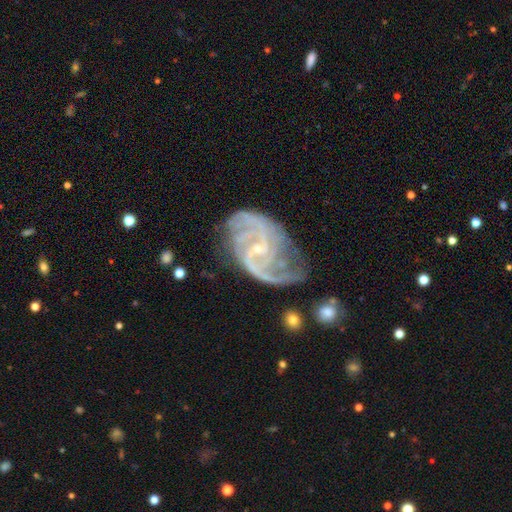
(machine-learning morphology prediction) This is clearly a featured or disk galaxy (91%). It is clearly not viewed edge-on (98%). Bar: possibly weak (47%). Spiral arm pattern: clearly yes (98%). Spiral arm count: marginally 2 (43%). Spiral winding: possibly medium (49%). Central bulge: clearly small (81%). Merging: possibly none (57%).